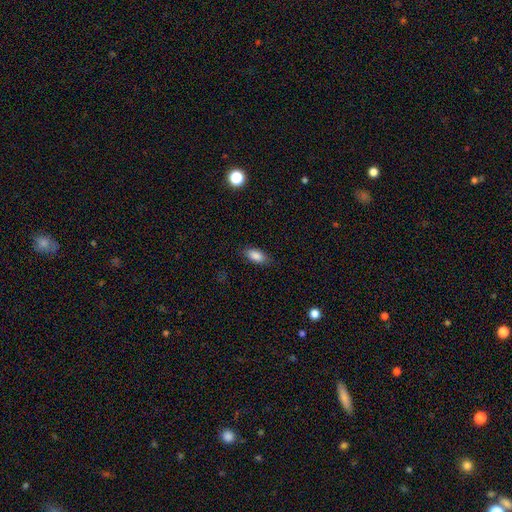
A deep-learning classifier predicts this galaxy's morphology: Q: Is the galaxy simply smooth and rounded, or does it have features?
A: smooth — 86%.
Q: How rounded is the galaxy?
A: in between — 88%.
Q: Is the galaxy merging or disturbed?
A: none — 83%.